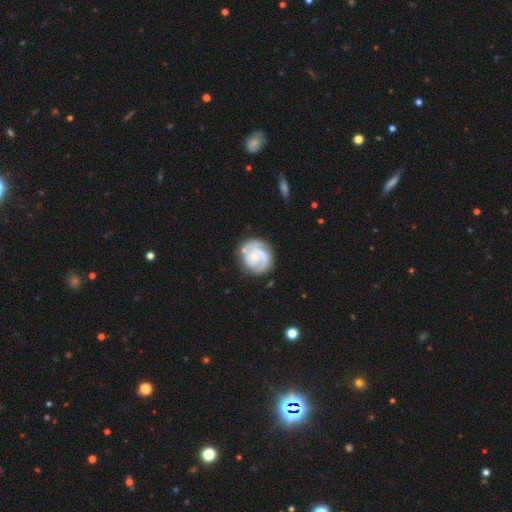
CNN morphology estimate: This appears to be a featured or disk galaxy (81%) with no bar (66%), 2 (60%) tight (53%) spiral arms (95%) and a small central bulge (62%). Merging: none (75%).